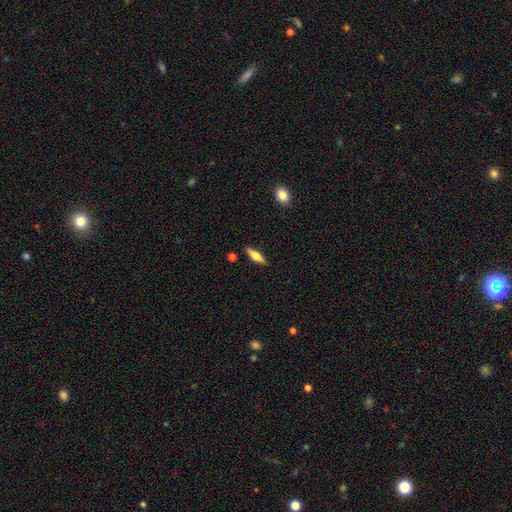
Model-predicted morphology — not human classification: A smooth galaxy with no disk features (47%).

Vote fractions:
- Smooth or featured? smooth: 47% / featured or disk: 46% / star or artifact: 6%
- Merging? none: 87% / minor disturbance: 8% / merger: 2% / major disturbance: 2%